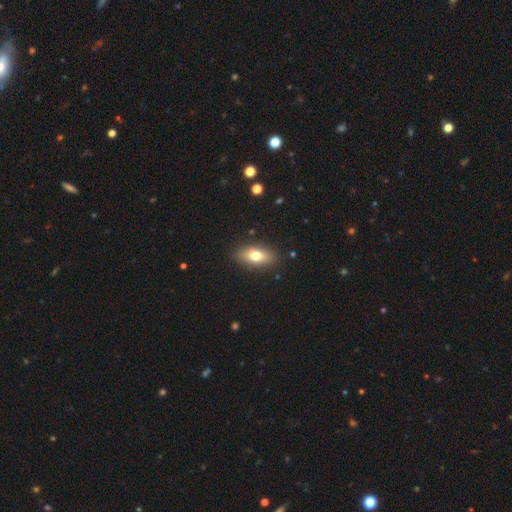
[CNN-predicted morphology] Smooth or featured?
  - smooth: 70% *
  - featured or disk: 22%
  - star or artifact: 8%
How rounded?
  - in between: 81% *
  - cigar-shaped: 13%
  - round: 6%
Merging?
  - none: 87% *
  - minor disturbance: 9%
  - major disturbance: 2%
  - merger: 1%